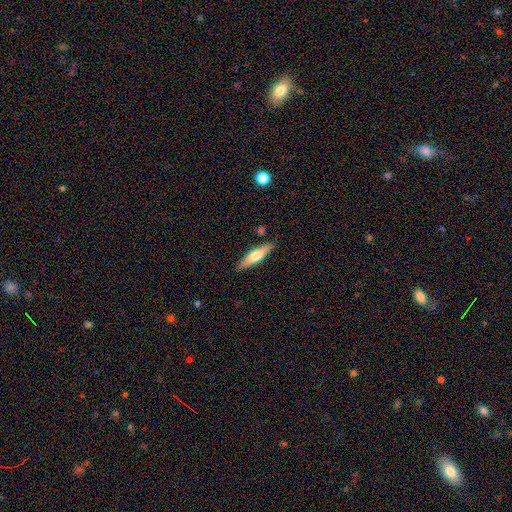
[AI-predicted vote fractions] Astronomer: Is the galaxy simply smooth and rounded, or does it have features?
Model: smooth — 54% (runner-up: featured or disk, 40%).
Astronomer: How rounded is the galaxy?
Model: cigar-shaped — 76%.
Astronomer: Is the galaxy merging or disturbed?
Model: none — 86%.